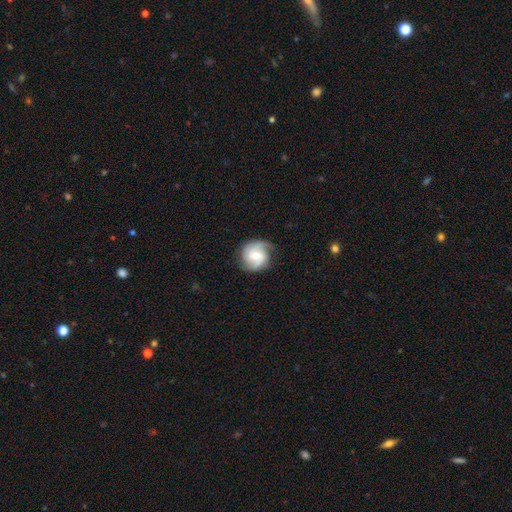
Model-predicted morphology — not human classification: Smooth or featured?
  - featured or disk: 74% *
  - smooth: 20%
  - star or artifact: 6%
Edge-on disk?
  - no: 98% *
  - yes: 2%
Bar?
  - no: 46% *
  - weak: 42%
  - strong: 12%
Spiral arms?
  - yes: 95% *
  - no: 5%
Spiral winding?
  - medium: 45% *
  - tight: 36%
  - loose: 19%
Spiral arm count?
  - 2: 69% *
  - 3: 12%
  - can't tell: 10%
  - 1: 5%
  - 4: 2%
  - more than 4: 2%
Bulge size?
  - moderate: 59% *
  - small: 35%
  - large: 4%
  - none: 2%
  - dominant: 1%
Merging?
  - none: 75% *
  - minor disturbance: 18%
  - major disturbance: 6%
  - merger: 1%